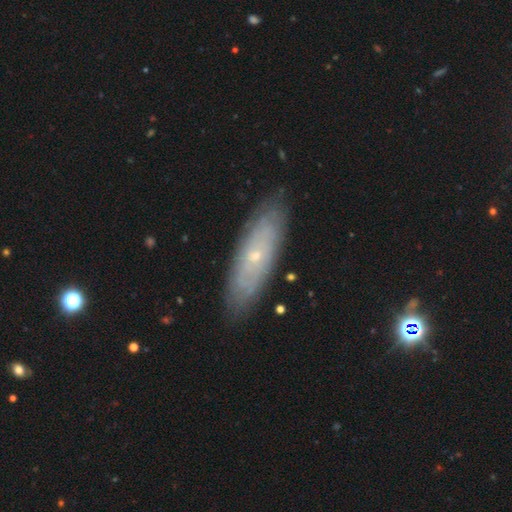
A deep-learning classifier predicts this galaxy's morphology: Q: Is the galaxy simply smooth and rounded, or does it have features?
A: featured or disk — 62%.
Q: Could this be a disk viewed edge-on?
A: no — 75%.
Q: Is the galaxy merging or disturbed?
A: none — 86%.